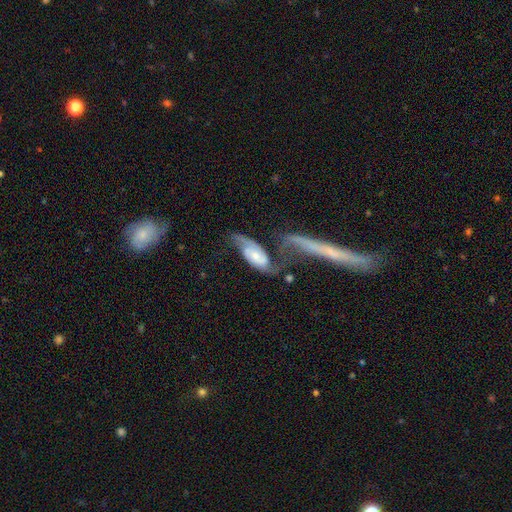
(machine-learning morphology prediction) Q: Smooth or featured?
A: featured or disk (72%); runner-up: smooth (22%)
Q: Edge-on disk?
A: no (92%); runner-up: yes (8%)
Q: Bar?
A: no (55%); runner-up: weak (34%)
Q: Spiral arms?
A: yes (91%); runner-up: no (9%)
Q: Spiral winding?
A: loose (44%); runner-up: medium (38%)
Q: Spiral arm count?
A: 2 (81%); runner-up: can't tell (8%)
Q: Bulge size?
A: small (43%); runner-up: moderate (42%)
Q: Merging?
A: merger (35%); runner-up: none (26%)